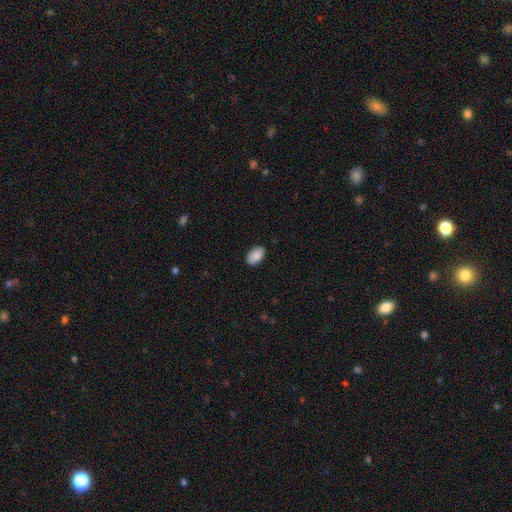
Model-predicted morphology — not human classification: Smooth or featured? Predicted: smooth (p=0.88). How rounded? Predicted: in between (p=0.92). Merging? Predicted: none (p=0.88).